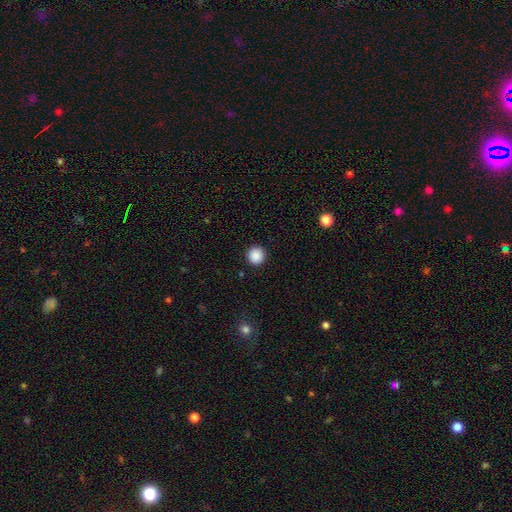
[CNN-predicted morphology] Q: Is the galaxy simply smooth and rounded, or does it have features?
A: smooth — 89%.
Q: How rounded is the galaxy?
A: round — 94%.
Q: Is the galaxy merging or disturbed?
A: none — 92%.